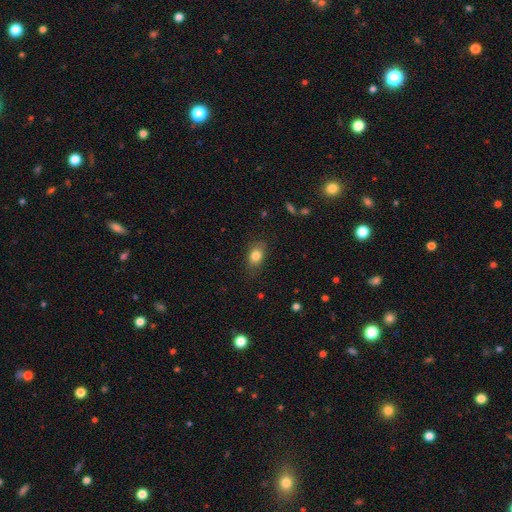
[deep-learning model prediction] Overall: smooth (82%). How rounded: in between (75%). Merging: none (78%).